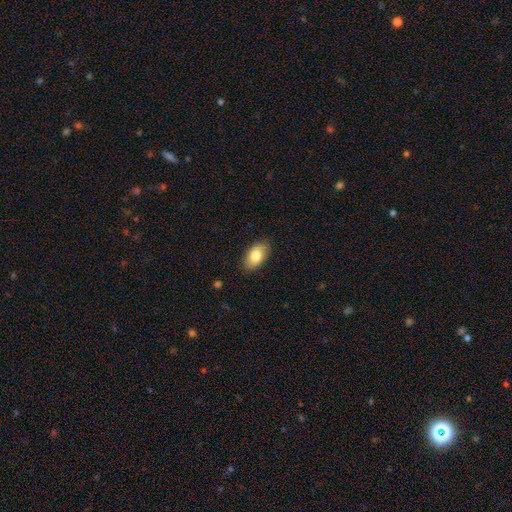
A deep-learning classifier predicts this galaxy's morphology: Smooth or featured?
  - smooth: 82% *
  - featured or disk: 12%
  - star or artifact: 6%
How rounded?
  - in between: 93% *
  - round: 5%
  - cigar-shaped: 2%
Merging?
  - none: 85% *
  - minor disturbance: 11%
  - major disturbance: 2%
  - merger: 1%